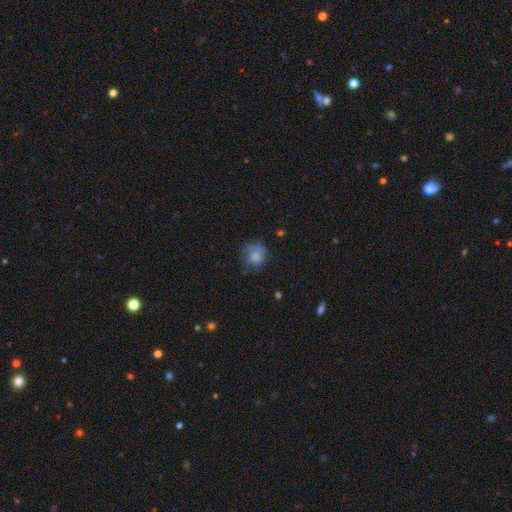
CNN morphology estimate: Overall: smooth (70%). How rounded: round (77%). Merging: none (52%; minor disturbance 27%).